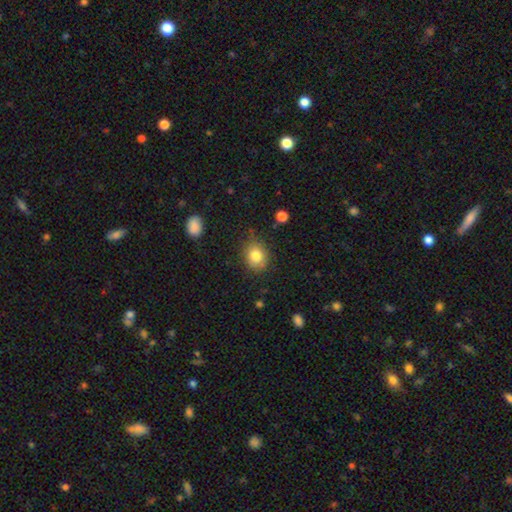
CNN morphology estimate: Smooth or featured: smooth — 82% (star or artifact — 10%)
How rounded: round — 61% (in between — 38%)
Merging: none — 77% (minor disturbance — 17%)